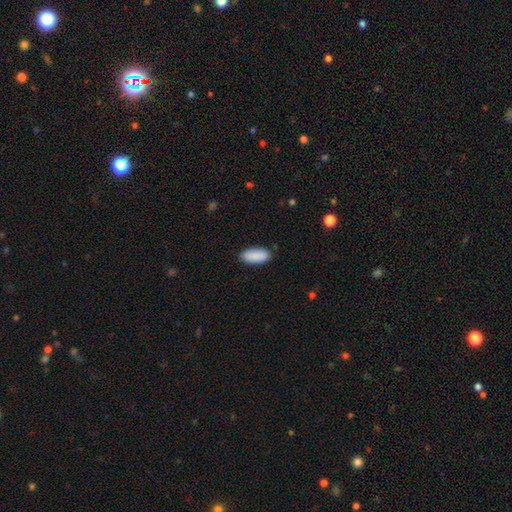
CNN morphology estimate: Smooth or featured? smooth (90%)
How rounded? in between (84%)
Merging? none (88%)